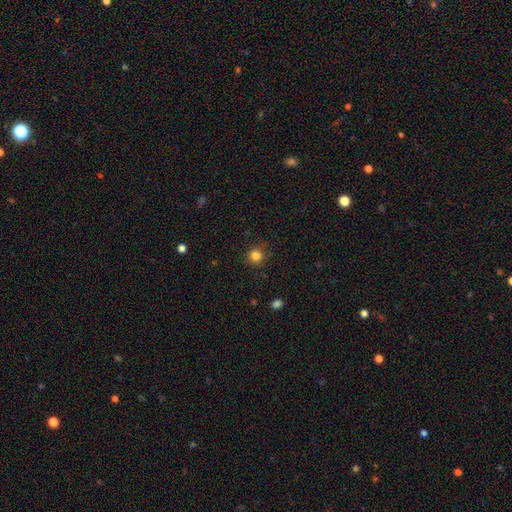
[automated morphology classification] Smooth or featured?
  - smooth: 84% *
  - star or artifact: 12%
  - featured or disk: 4%
How rounded?
  - round: 92% *
  - in between: 7%
  - cigar-shaped: 1%
Merging?
  - none: 86% *
  - minor disturbance: 10%
  - major disturbance: 3%
  - merger: 1%